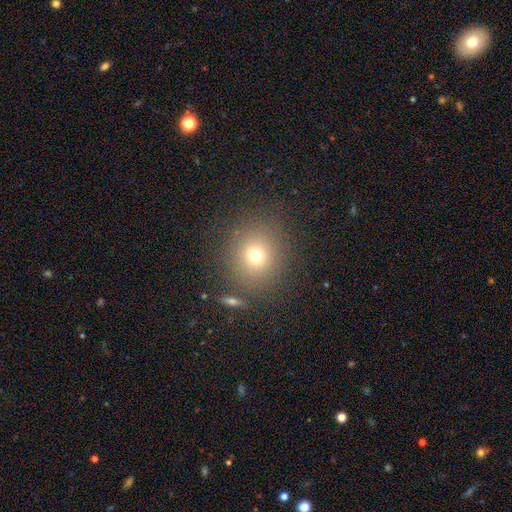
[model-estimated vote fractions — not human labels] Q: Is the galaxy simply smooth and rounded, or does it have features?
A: smooth — 70%.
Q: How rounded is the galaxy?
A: round — 88%.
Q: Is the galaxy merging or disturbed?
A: none — 84%.